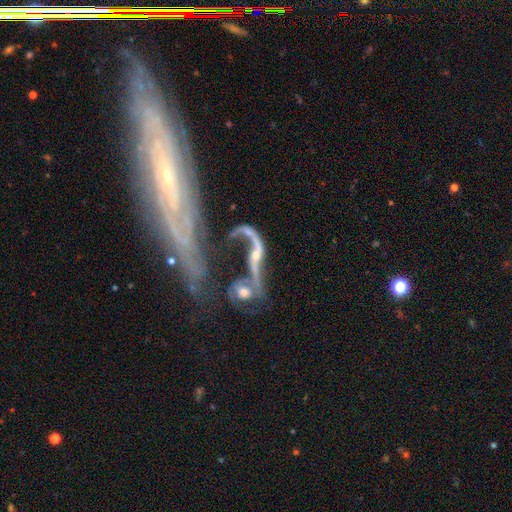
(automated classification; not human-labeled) Overall: featured or disk (70%). Edge-on disk: no (78%). Bar: no (56%; weak 27%). Spiral arms: yes (72%). Bulge size: small (48%; moderate 30%). Merging: merger (35%; none 27%).